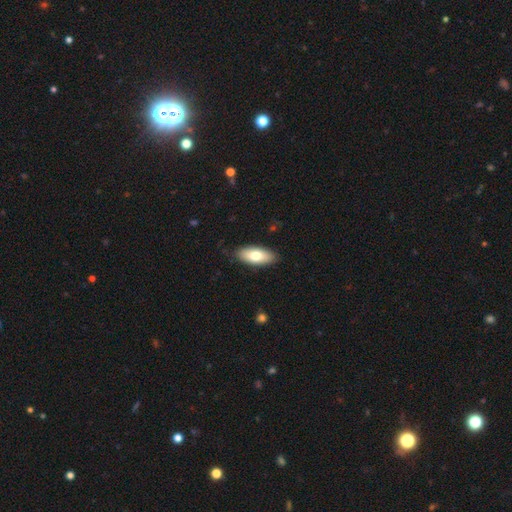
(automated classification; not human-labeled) Morphology: type=smooth (74%); roundness=in between (85%); merging=none (85%).